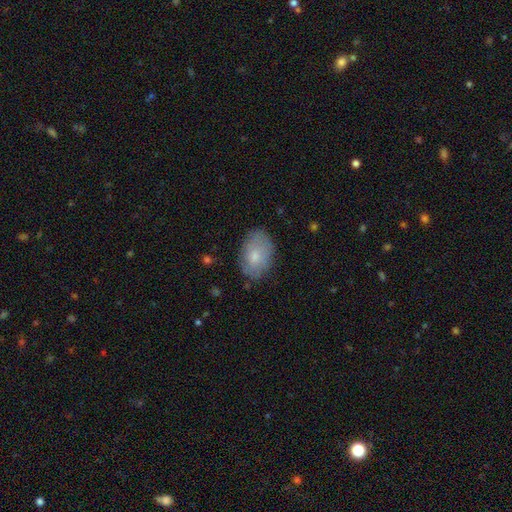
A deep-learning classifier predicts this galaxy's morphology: This appears to be a smooth galaxy with no disk features (72%) that is in between round and cigar-shaped (87%). Merging: none (78%).